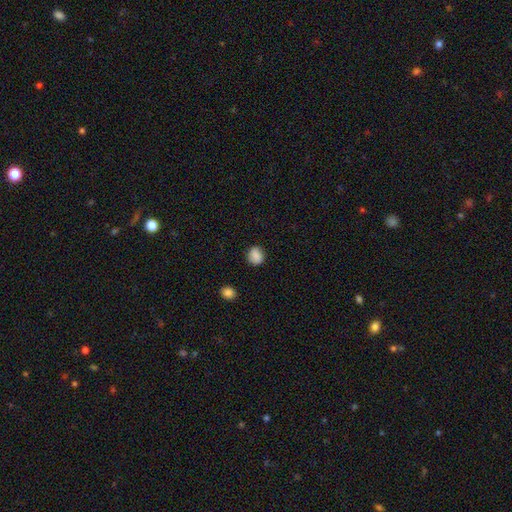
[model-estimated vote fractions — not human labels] A smooth galaxy with no disk features (87%) that is round (70%). Merging: none (83%).